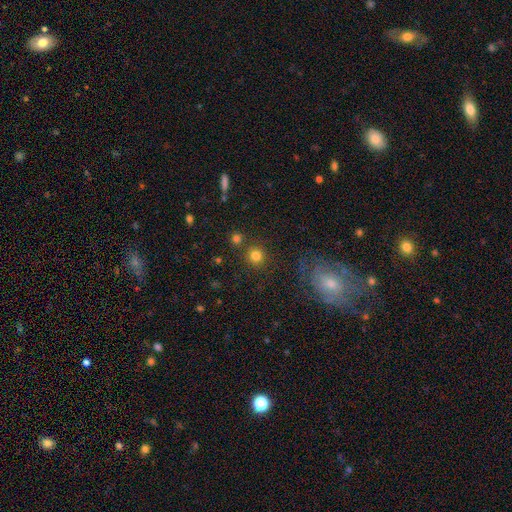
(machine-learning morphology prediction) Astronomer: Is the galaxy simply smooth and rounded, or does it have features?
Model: smooth — 80%.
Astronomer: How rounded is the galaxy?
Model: round — 92%.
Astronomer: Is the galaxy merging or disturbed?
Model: none — 82%.